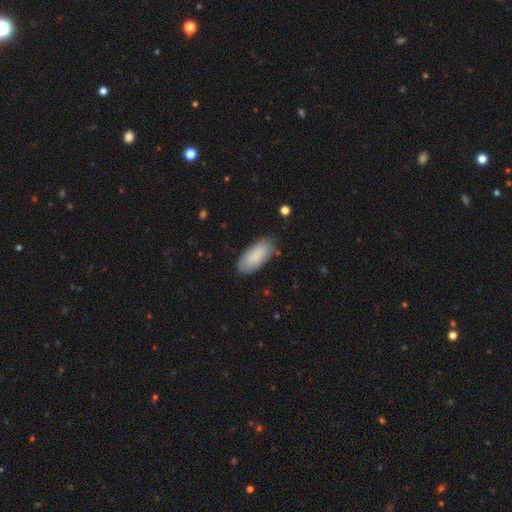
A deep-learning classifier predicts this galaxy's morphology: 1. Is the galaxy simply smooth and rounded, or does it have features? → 86% smooth, 8% featured or disk, 6% star or artifact.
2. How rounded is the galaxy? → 87% in between, 12% cigar-shaped, 2% round.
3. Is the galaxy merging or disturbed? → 80% none, 15% minor disturbance, 3% major disturbance, 2% merger.